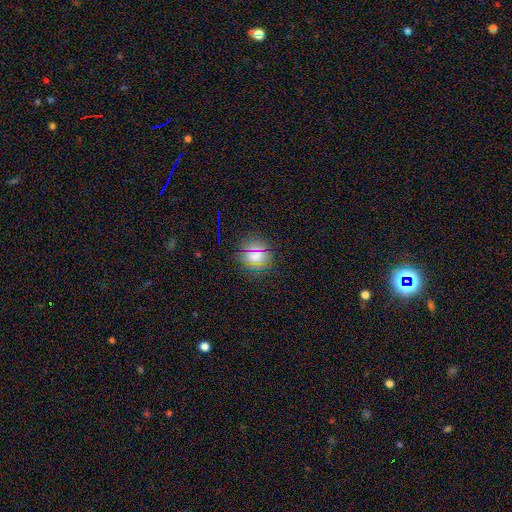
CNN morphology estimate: The model was most divided on "smooth or featured": smooth: 65%, star or artifact: 26%, featured or disk: 9%. More confident: merging — none (85%); how rounded — round (85%).